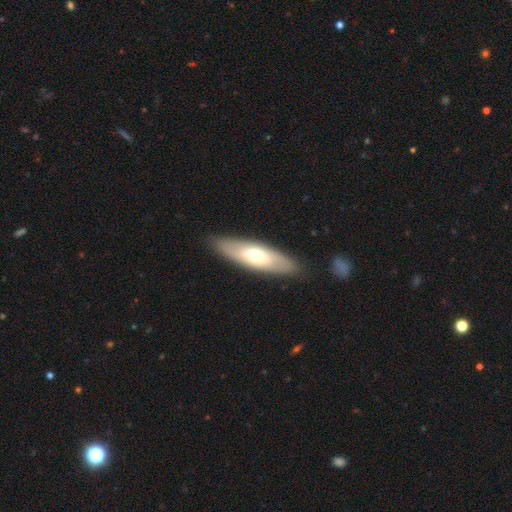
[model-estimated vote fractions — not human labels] A smooth galaxy with no disk features (54%) that is in between round and cigar-shaped (52%).

Vote fractions:
- Smooth or featured? smooth: 54% / featured or disk: 40% / star or artifact: 5%
- How rounded? in between: 52% / cigar-shaped: 46% / round: 2%
- Merging? none: 86% / minor disturbance: 10% / major disturbance: 3% / merger: 1%